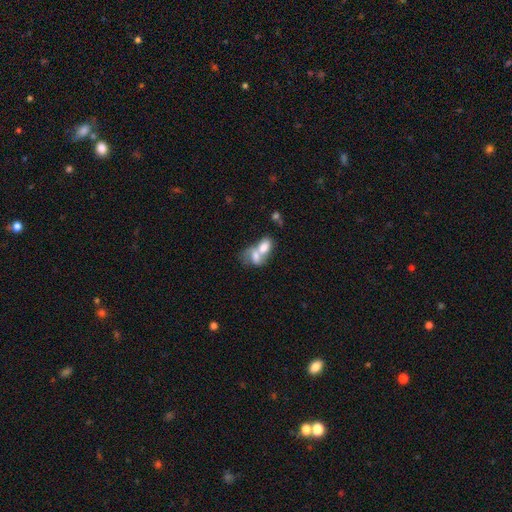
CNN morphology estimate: smooth-or-featured: smooth: 64% | featured or disk: 26% | star or artifact: 9%
  how-rounded: in between: 82% | round: 15% | cigar-shaped: 3%
  merging: merger: 76% | none: 12% | major disturbance: 7% | minor disturbance: 6%